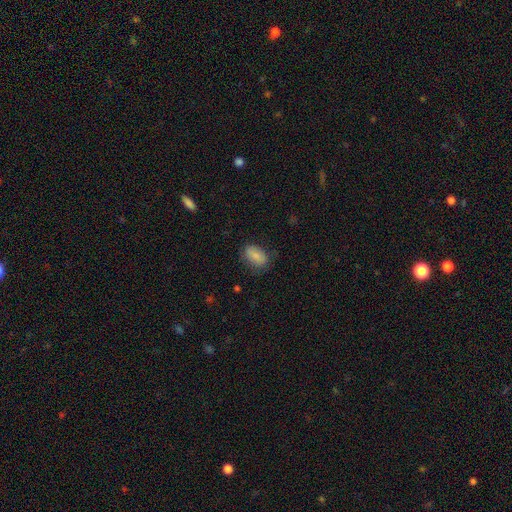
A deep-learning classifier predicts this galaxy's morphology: Smooth or featured?
  - smooth: 82% *
  - featured or disk: 10%
  - star or artifact: 7%
How rounded?
  - in between: 89% *
  - round: 10%
  - cigar-shaped: 2%
Merging?
  - none: 74% *
  - minor disturbance: 20%
  - major disturbance: 6%
  - merger: 1%